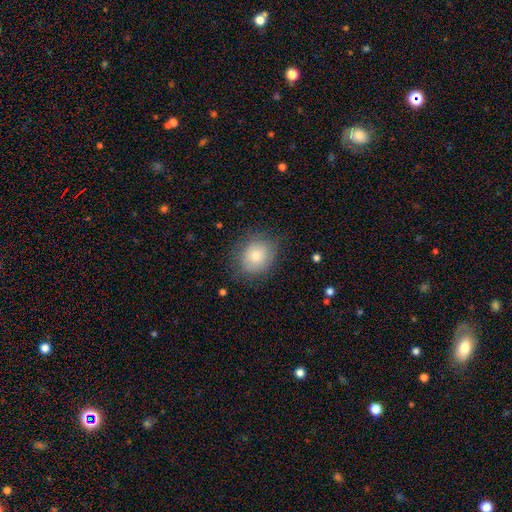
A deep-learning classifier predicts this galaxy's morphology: smooth-or-featured: smooth: 76% | featured or disk: 16% | star or artifact: 8%
  how-rounded: round: 69% | in between: 30% | cigar-shaped: 1%
  merging: none: 74% | minor disturbance: 19% | major disturbance: 6% | merger: 1%